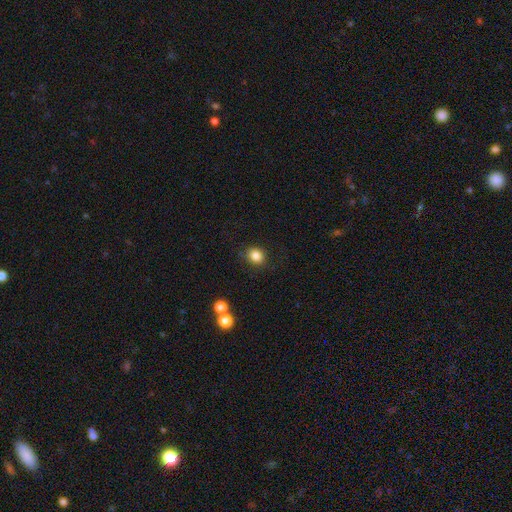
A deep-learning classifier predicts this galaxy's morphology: Smooth or featured: smooth — 84% (star or artifact — 11%)
How rounded: round — 71% (in between — 28%)
Merging: none — 84% (minor disturbance — 11%)